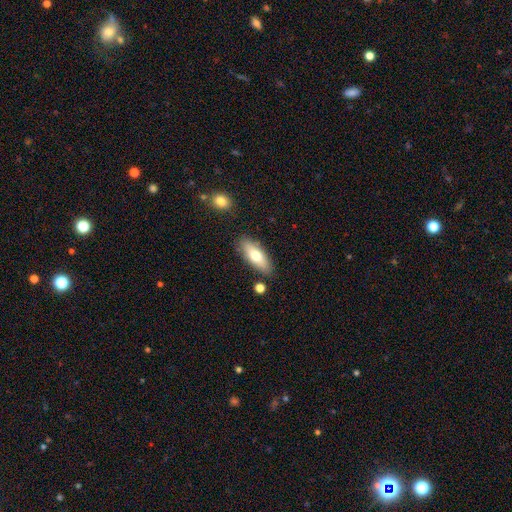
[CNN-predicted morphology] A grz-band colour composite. It shows a smooth galaxy with no disk features (69%) that is in between round and cigar-shaped (69%). Merging: none (83%).